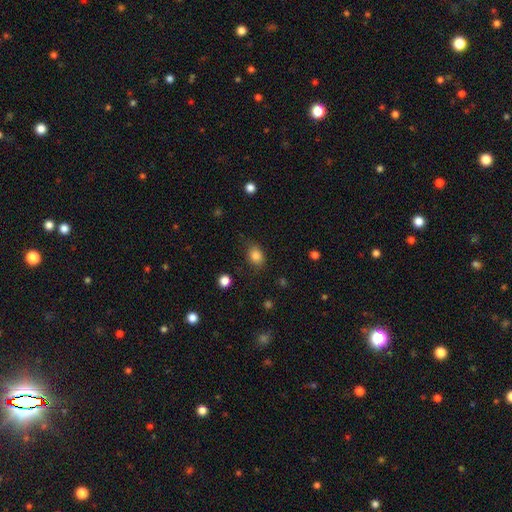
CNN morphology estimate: smooth 84%, star or artifact 10%, featured or disk 6%. Down the decision tree: how rounded — in between (61%); merging — none (77%).